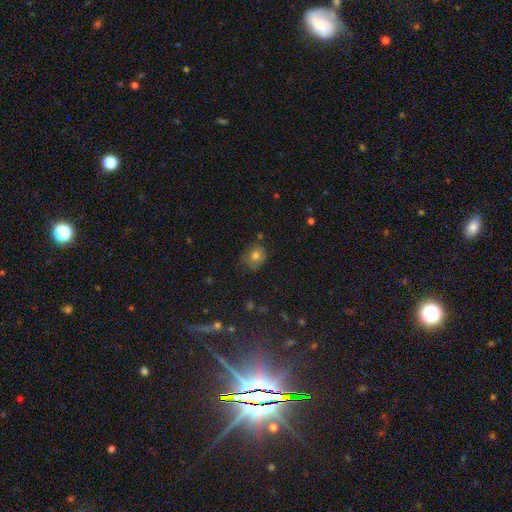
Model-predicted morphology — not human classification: A smooth galaxy with no disk features (74%) that is round (66%).

Vote fractions:
- Smooth or featured? smooth: 74% / featured or disk: 13% / star or artifact: 12%
- How rounded? round: 66% / in between: 33% / cigar-shaped: 1%
- Merging? none: 65% / minor disturbance: 25% / major disturbance: 7% / merger: 3%